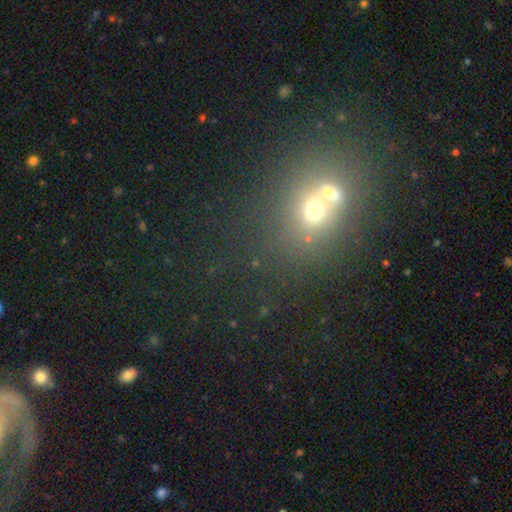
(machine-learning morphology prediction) Smooth or featured? smooth (47%)
Merging? merger (51%)